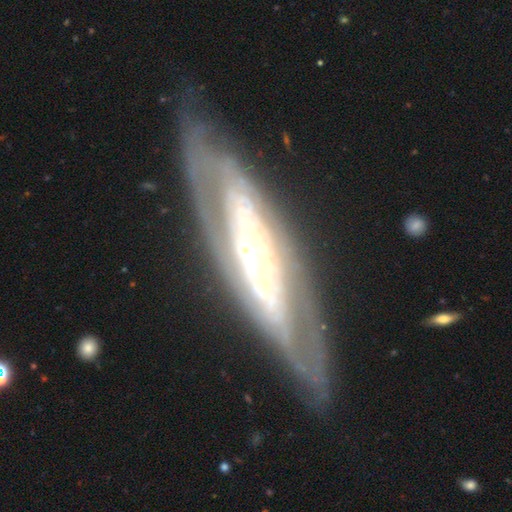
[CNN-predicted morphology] This is clearly a featured or disk galaxy (83%). It is likely not viewed edge-on (68%). Bar: likely no (61%). Spiral arm pattern: likely yes (63%). Central bulge: marginally moderate (43%). Merging: likely none (77%).